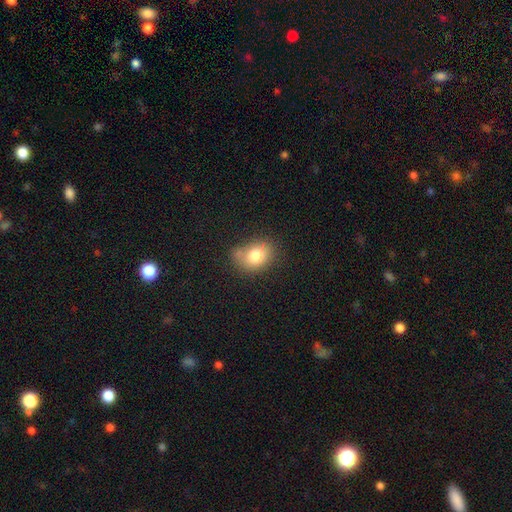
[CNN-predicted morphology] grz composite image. It shows a smooth galaxy with no disk features (79%) that is in between round and cigar-shaped (64%). Merging: none (54%).